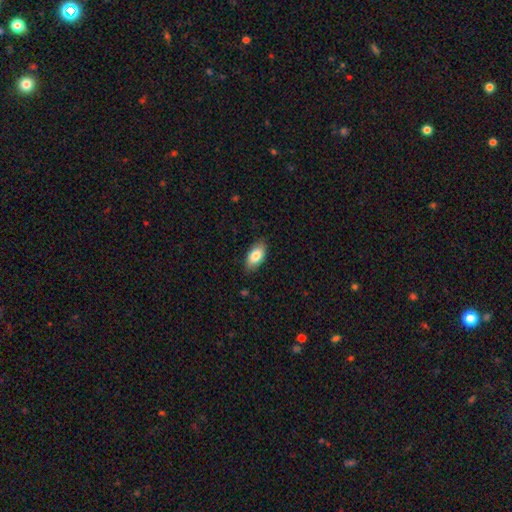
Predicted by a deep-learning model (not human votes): Smooth or featured? Predicted: smooth (p=0.82). How rounded? Predicted: in between (p=0.92). Merging? Predicted: none (p=0.84).